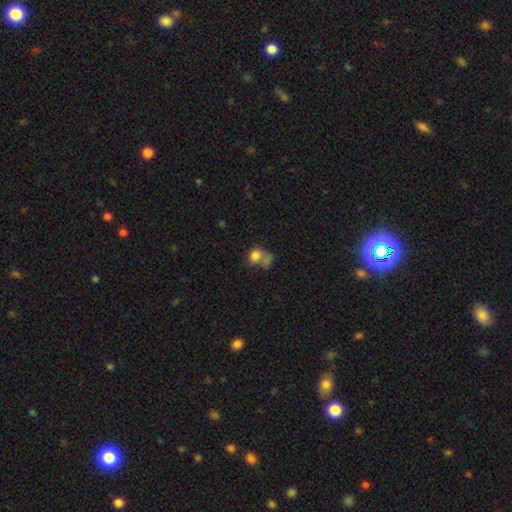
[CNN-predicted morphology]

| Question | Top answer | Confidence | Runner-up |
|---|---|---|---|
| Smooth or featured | smooth | 77% | featured or disk (12%) |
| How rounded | round | 61% | in between (38%) |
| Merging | merger | 50% | none (28%) |